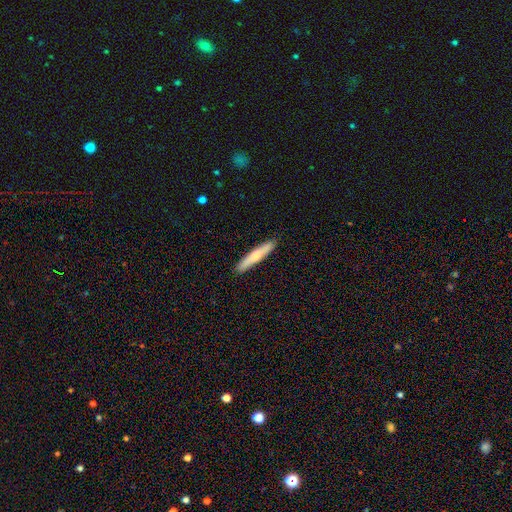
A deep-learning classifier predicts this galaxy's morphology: A smooth galaxy with no disk features (56%) that is cigar-shaped (92%). Merging: none (91%).